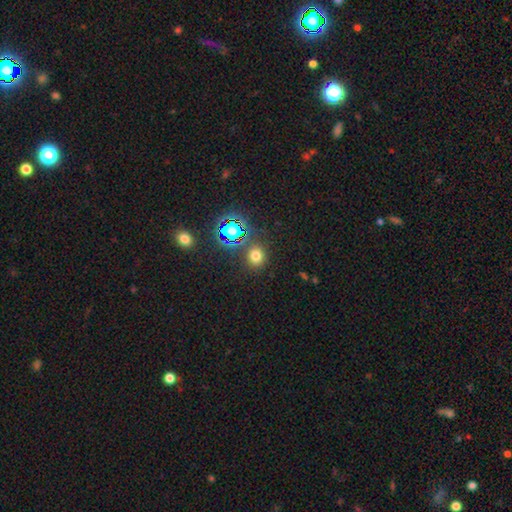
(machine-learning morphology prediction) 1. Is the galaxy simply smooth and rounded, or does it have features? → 68% smooth, 26% star or artifact, 7% featured or disk.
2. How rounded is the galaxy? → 78% round, 21% in between, 1% cigar-shaped.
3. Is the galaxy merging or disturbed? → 82% none, 9% minor disturbance, 5% merger, 4% major disturbance.